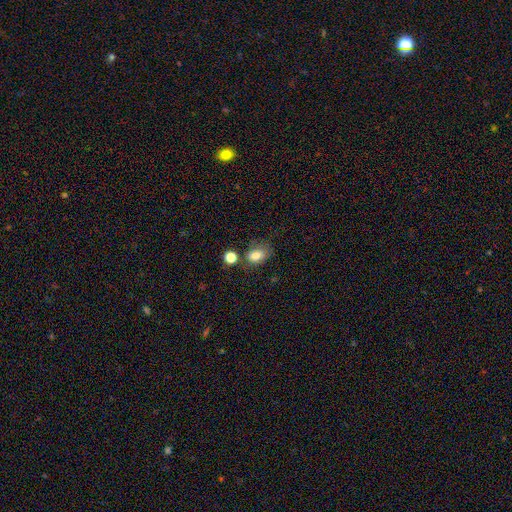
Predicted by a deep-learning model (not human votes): The model was most divided on "merging": none: 54%, minor disturbance: 23%, merger: 14%, major disturbance: 10%. More confident: smooth or featured — smooth (82%); how rounded — in between (78%).